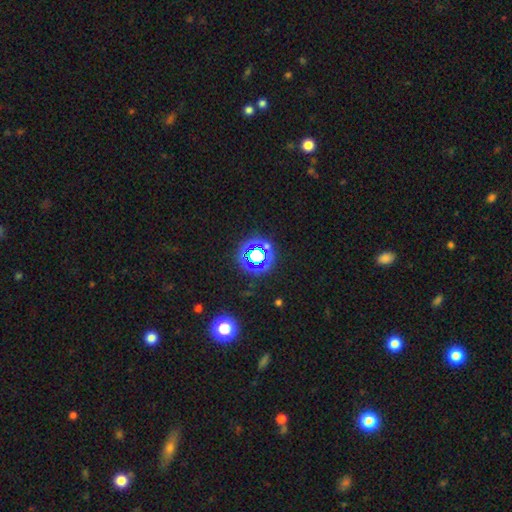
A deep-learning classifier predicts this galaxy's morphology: This is likely a star or artifact rather than a galaxy (65%).